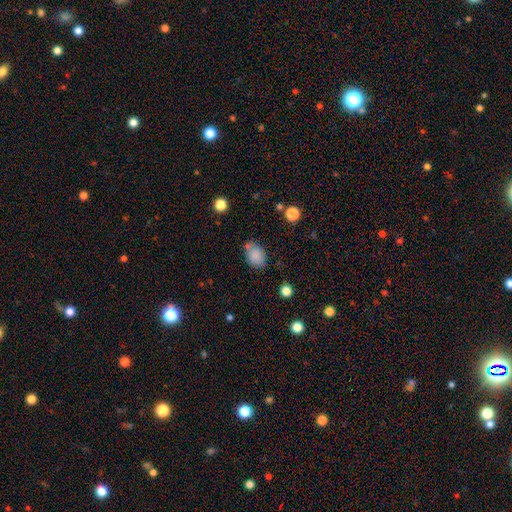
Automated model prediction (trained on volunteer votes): This appears to be a smooth galaxy with no disk features (84%) that is in between round and cigar-shaped (79%). Merging: none (66%).